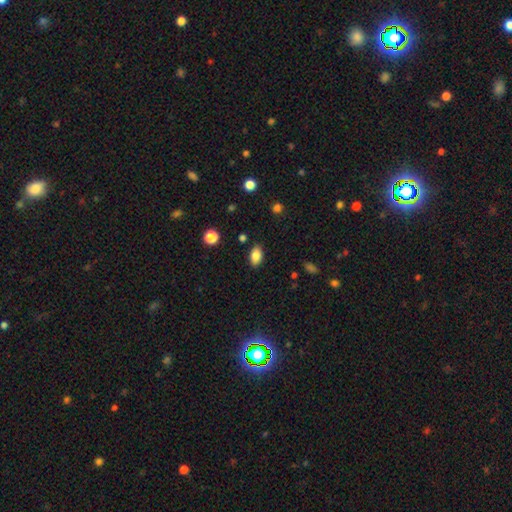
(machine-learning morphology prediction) smooth 84%, star or artifact 9%, featured or disk 8%. Down the decision tree: how rounded — in between (89%); merging — none (86%).